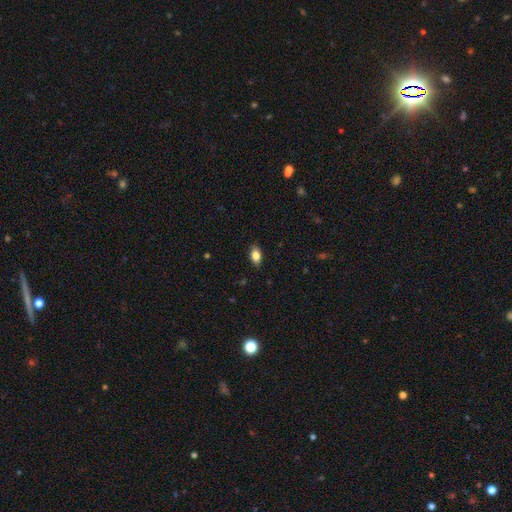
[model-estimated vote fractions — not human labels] The model was most divided on "smooth or featured": smooth: 84%, star or artifact: 8%, featured or disk: 8%. More confident: how rounded — in between (88%); merging — none (87%).